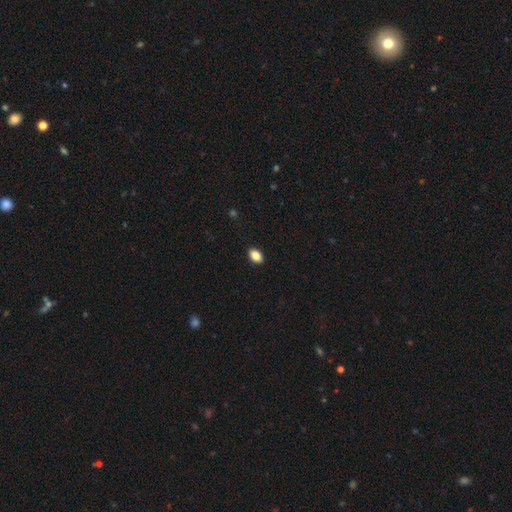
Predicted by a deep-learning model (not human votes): Smooth or featured: smooth — 86% (star or artifact — 8%)
How rounded: in between — 88% (round — 10%)
Merging: none — 90% (minor disturbance — 7%)